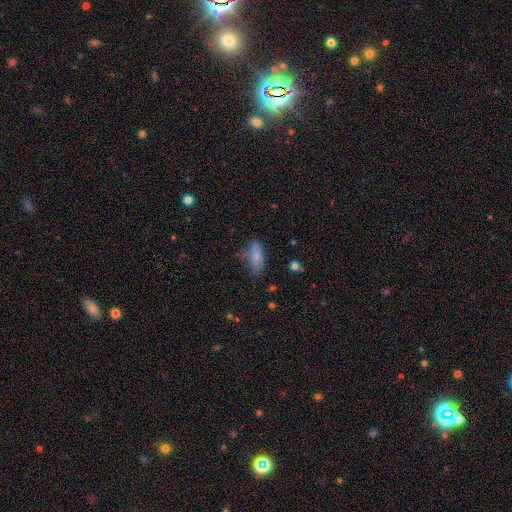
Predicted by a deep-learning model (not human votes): A smooth galaxy with no disk features (77%) that is in between round and cigar-shaped (85%).

Vote fractions:
- Smooth or featured? smooth: 77% / featured or disk: 14% / star or artifact: 9%
- How rounded? in between: 85% / cigar-shaped: 12% / round: 3%
- Merging? none: 54% / minor disturbance: 31% / major disturbance: 12% / merger: 3%